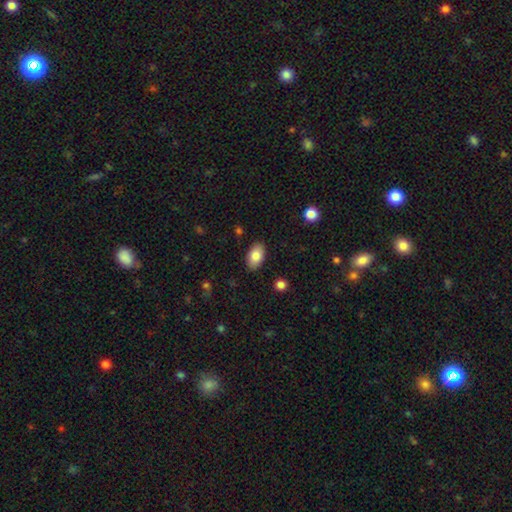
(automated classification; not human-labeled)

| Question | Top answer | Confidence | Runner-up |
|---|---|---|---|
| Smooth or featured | smooth | 82% | featured or disk (11%) |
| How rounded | in between | 93% | round (5%) |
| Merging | none | 87% | minor disturbance (9%) |